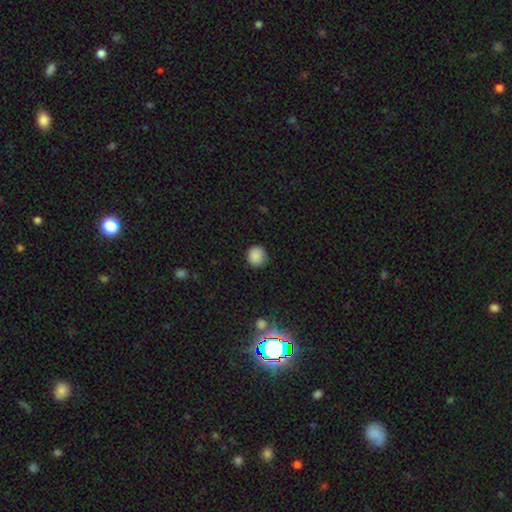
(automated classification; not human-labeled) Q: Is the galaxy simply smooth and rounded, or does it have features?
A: smooth — 87%.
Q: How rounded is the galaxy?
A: round — 89%.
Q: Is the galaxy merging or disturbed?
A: none — 85%.